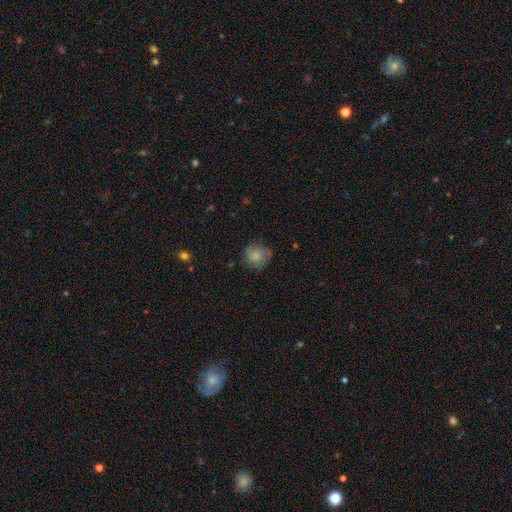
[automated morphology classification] type=smooth (79%); roundness=round (85%); merging=none (71%).